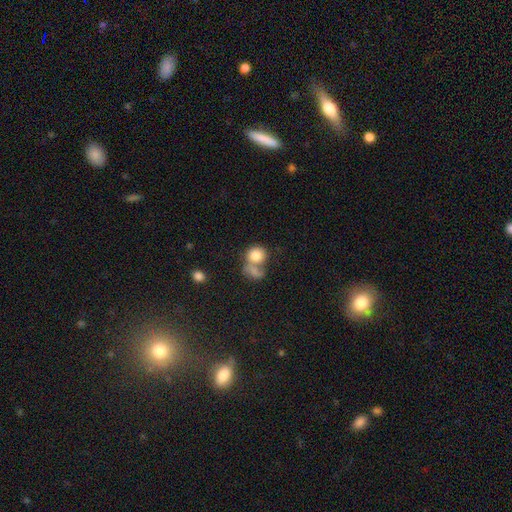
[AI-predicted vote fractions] Overall: smooth (80%). How rounded: round (73%). Merging: merger (55%; none 29%).